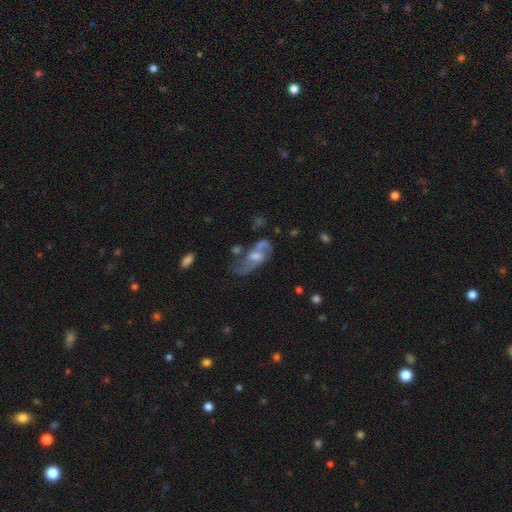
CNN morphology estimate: This appears to be a featured or disk galaxy (69%) with no bar (54%), spiral arms (73%) and a moderate central bulge (53%). Merging: none (42%).